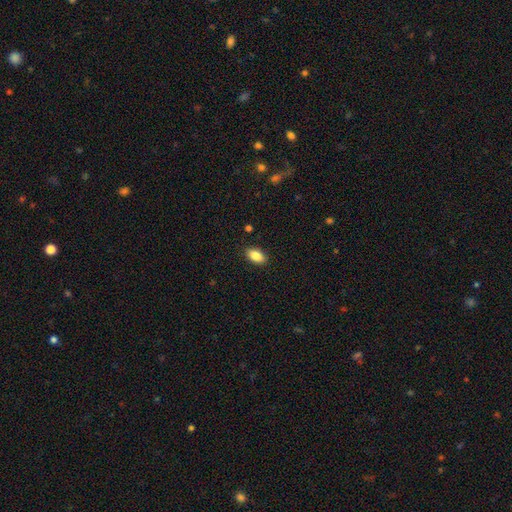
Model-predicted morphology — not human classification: Q: Smooth or featured?
A: smooth (87%); runner-up: star or artifact (8%)
Q: How rounded?
A: in between (92%); runner-up: round (6%)
Q: Merging?
A: none (89%); runner-up: minor disturbance (8%)